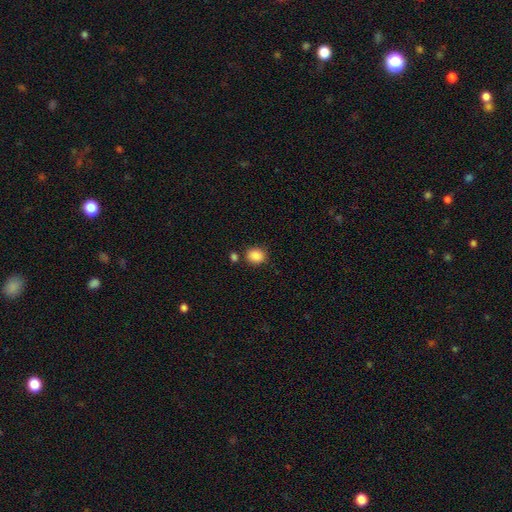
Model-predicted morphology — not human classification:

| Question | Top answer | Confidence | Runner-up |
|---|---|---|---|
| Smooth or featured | smooth | 87% | star or artifact (9%) |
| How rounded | round | 61% | in between (38%) |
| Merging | none | 76% | minor disturbance (12%) |